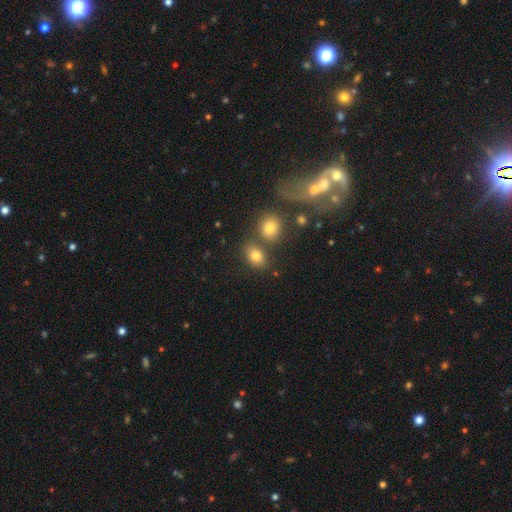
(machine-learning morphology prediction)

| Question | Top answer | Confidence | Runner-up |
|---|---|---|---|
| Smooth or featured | smooth | 79% | star or artifact (12%) |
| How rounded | in between | 65% | round (33%) |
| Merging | none | 65% | merger (20%) |